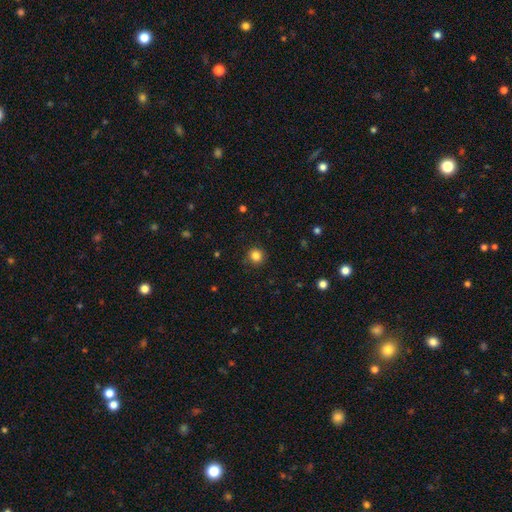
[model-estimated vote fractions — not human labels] Smooth or featured? smooth (83%)
How rounded? round (93%)
Merging? none (89%)